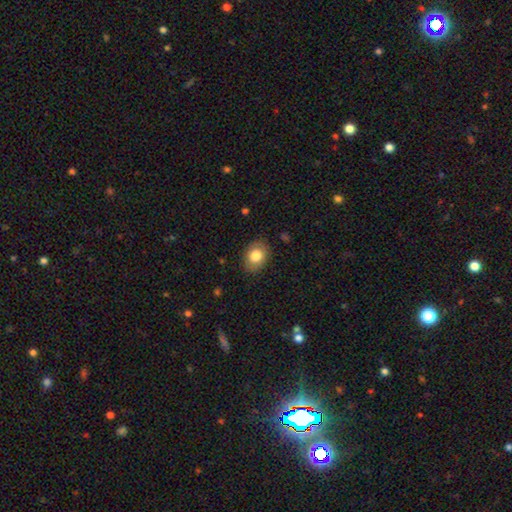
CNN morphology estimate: smooth-or-featured: smooth: 81% | featured or disk: 11% | star or artifact: 8%
  how-rounded: in between: 67% | round: 32% | cigar-shaped: 1%
  merging: none: 85% | minor disturbance: 12% | major disturbance: 3% | merger: 1%